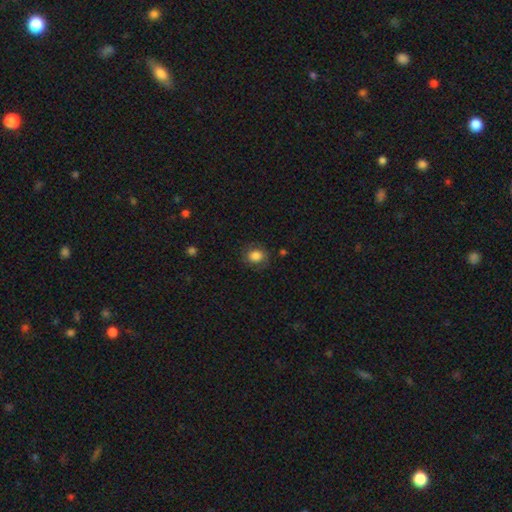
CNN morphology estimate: Smooth or featured: smooth — 81% (featured or disk — 10%)
How rounded: round — 60% (in between — 39%)
Merging: none — 76% (minor disturbance — 17%)